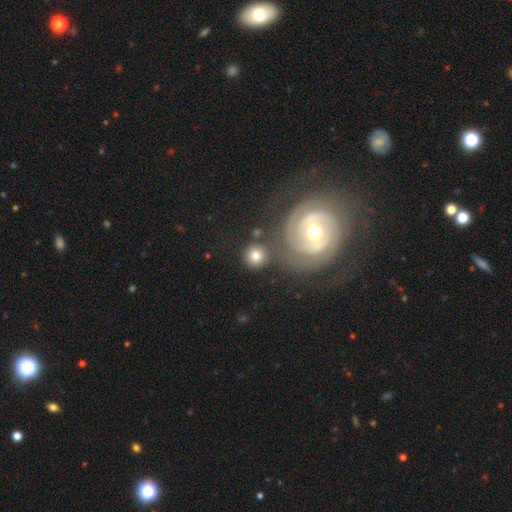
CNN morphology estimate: Smooth or featured? Predicted: smooth (p=0.74). How rounded? Predicted: round (p=0.91). Merging? Predicted: none (p=0.74).